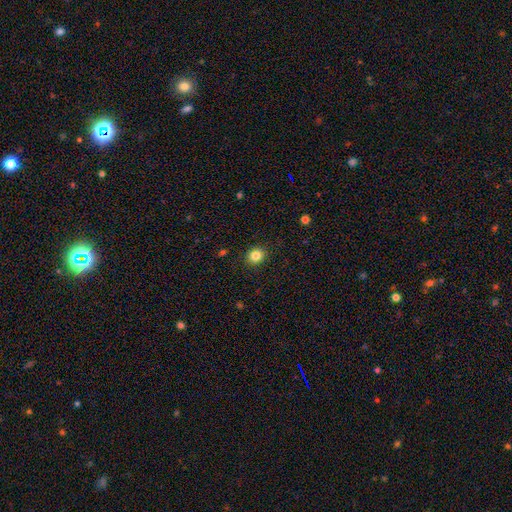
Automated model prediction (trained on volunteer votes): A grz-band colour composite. It shows a smooth galaxy with no disk features (84%) that is round (76%). Merging: none (90%).